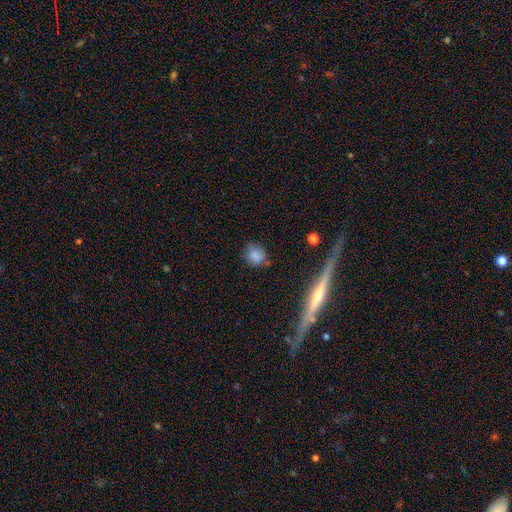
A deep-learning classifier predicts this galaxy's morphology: This appears to be a smooth galaxy with no disk features (77%) that is round (59%). Merging: none (70%).